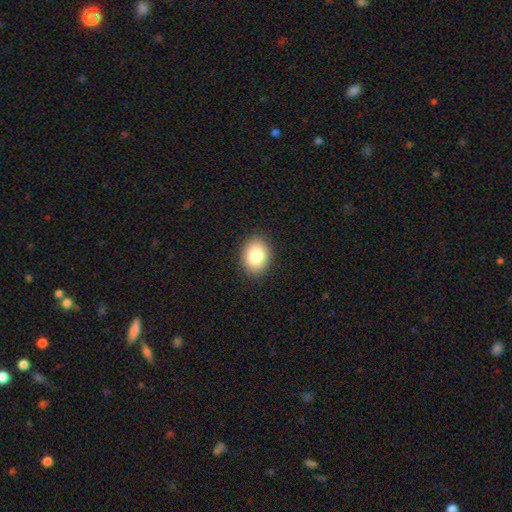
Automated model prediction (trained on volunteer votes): Smooth or featured?
  - smooth: 83% *
  - featured or disk: 8%
  - star or artifact: 8%
How rounded?
  - in between: 64% *
  - round: 36%
  - cigar-shaped: 1%
Merging?
  - none: 89% *
  - minor disturbance: 8%
  - major disturbance: 2%
  - merger: 1%